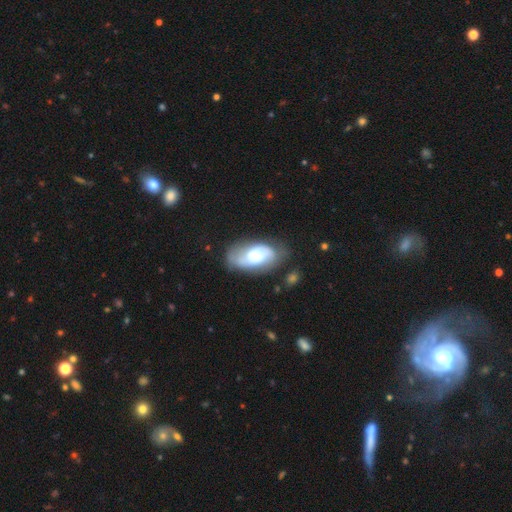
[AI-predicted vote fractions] Smooth or featured?
  - featured or disk: 48% *
  - smooth: 44%
  - star or artifact: 7%
Merging?
  - none: 52% *
  - minor disturbance: 29%
  - major disturbance: 15%
  - merger: 5%